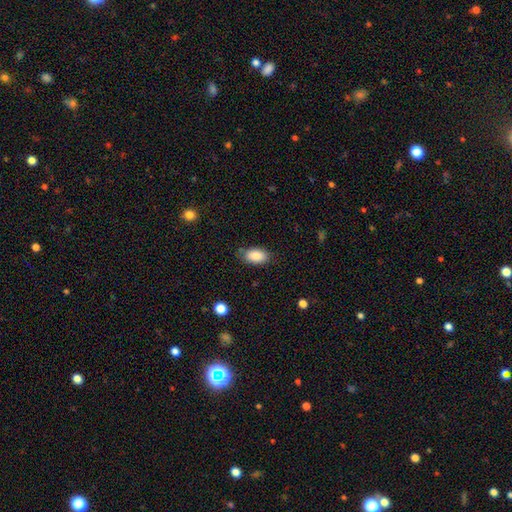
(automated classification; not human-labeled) A smooth galaxy with no disk features (87%) that is in between round and cigar-shaped (93%).

Vote fractions:
- Smooth or featured? smooth: 87% / star or artifact: 7% / featured or disk: 6%
- How rounded? in between: 93% / round: 5% / cigar-shaped: 2%
- Merging? none: 78% / minor disturbance: 17% / major disturbance: 4% / merger: 2%